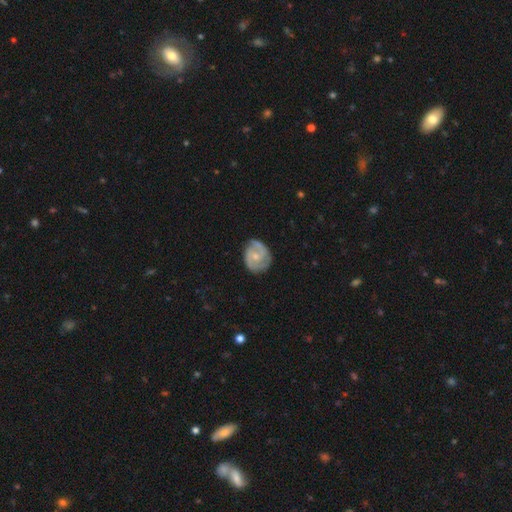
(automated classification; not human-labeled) A featured or disk galaxy (76%) with no bar (62%), 2 (63%) tight (46%) spiral arms (93%) and a small central bulge (55%). Merging: none (74%).